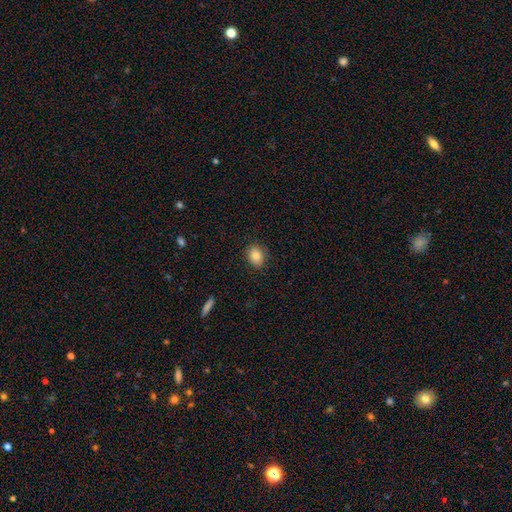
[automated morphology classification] A smooth galaxy with no disk features (83%) that is in between round and cigar-shaped (56%).

Vote fractions:
- Smooth or featured? smooth: 83% / star or artifact: 9% / featured or disk: 8%
- How rounded? in between: 56% / round: 43% / cigar-shaped: 1%
- Merging? none: 86% / minor disturbance: 11% / major disturbance: 2% / merger: 1%